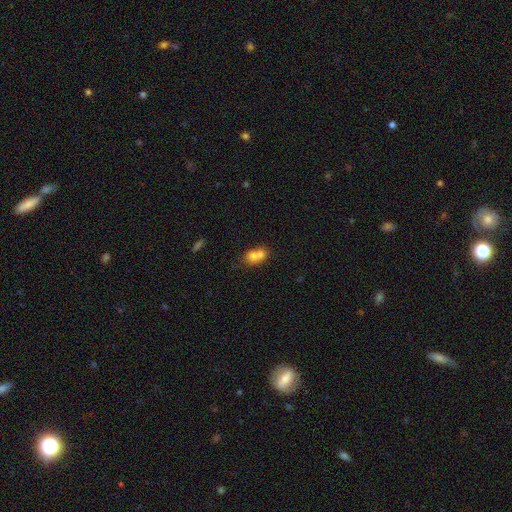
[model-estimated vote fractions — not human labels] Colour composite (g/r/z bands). It shows a smooth galaxy with no disk features (70%) that is in between round and cigar-shaped (55%). Merging: merger (63%).